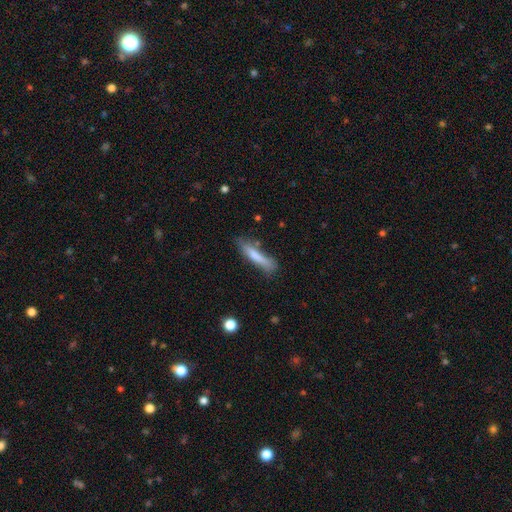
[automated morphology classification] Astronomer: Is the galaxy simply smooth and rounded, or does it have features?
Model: smooth — 71%.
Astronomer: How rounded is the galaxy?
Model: cigar-shaped — 85%.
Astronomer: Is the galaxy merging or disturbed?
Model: none — 63%.